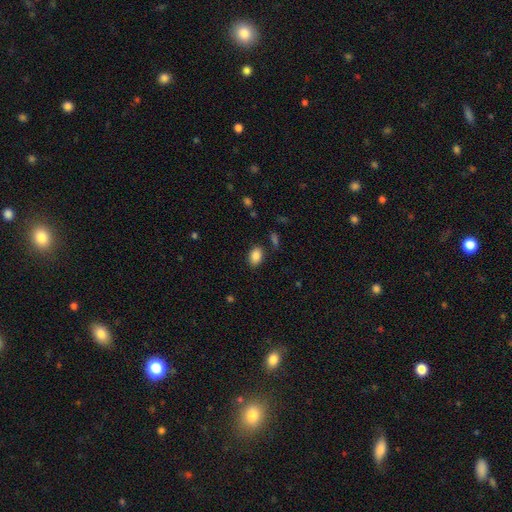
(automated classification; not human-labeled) Morphology: type=smooth (86%); roundness=in between (83%); merging=none (84%).